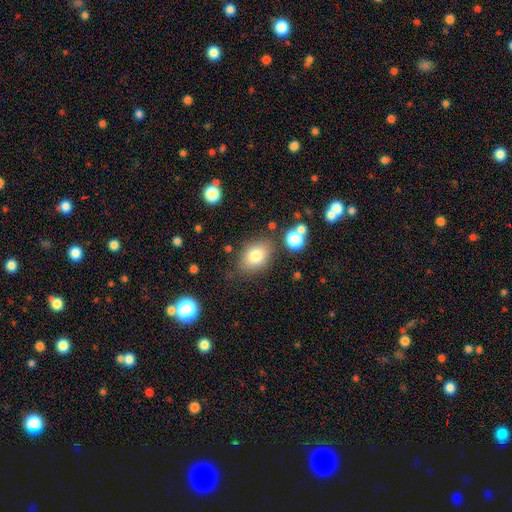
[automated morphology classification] This is likely a smooth galaxy (77%). How rounded: likely in between (74%). Merging: likely none (74%).